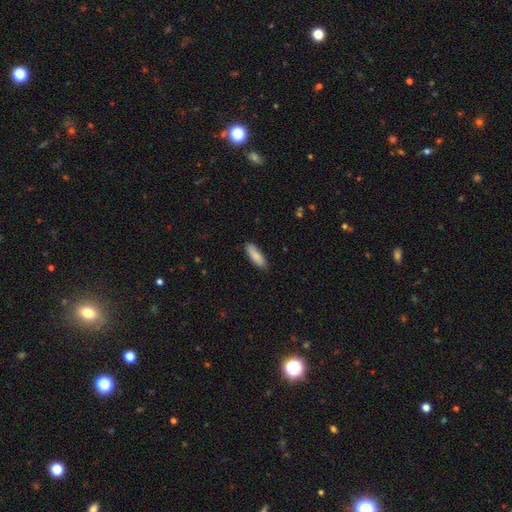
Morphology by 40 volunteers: type=smooth (98%); roundness=in between (56%); merging=none (98%).